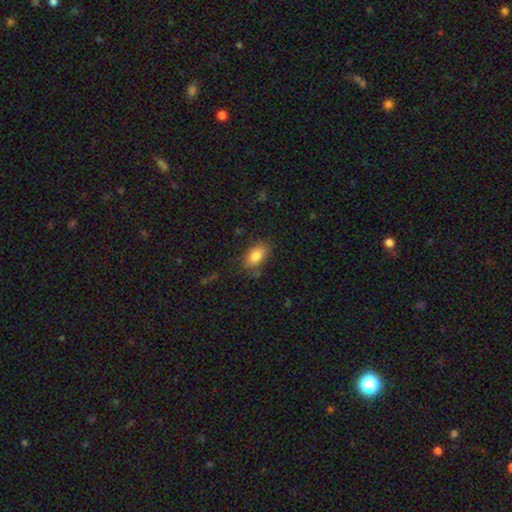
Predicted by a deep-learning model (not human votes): smooth 84%, featured or disk 8%, star or artifact 8%. Down the decision tree: how rounded — in between (90%); merging — none (79%).